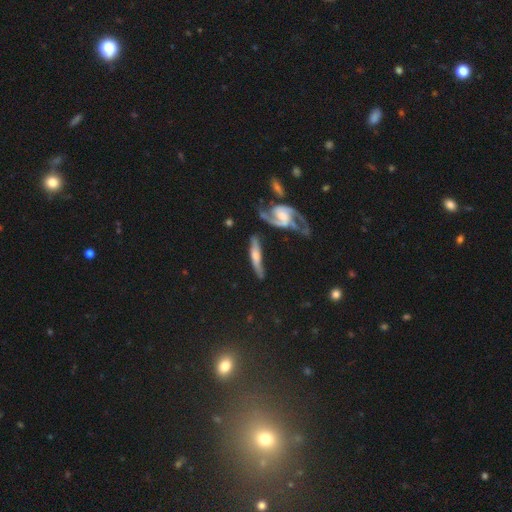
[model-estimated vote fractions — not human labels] Smooth or featured?
  - featured or disk: 65% *
  - smooth: 28%
  - star or artifact: 6%
Edge-on disk?
  - yes: 57% *
  - no: 43%
Merging?
  - none: 60% *
  - minor disturbance: 21%
  - merger: 10%
  - major disturbance: 9%